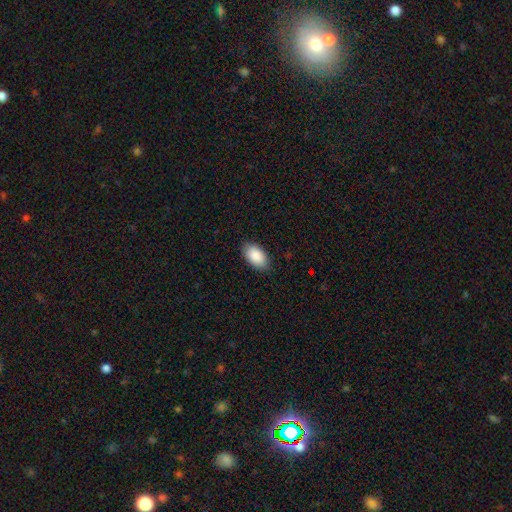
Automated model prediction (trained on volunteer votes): A smooth galaxy with no disk features (90%) that is in between round and cigar-shaped (94%).

Vote fractions:
- Smooth or featured? smooth: 90% / star or artifact: 6% / featured or disk: 4%
- How rounded? in between: 94% / round: 4% / cigar-shaped: 2%
- Merging? none: 86% / minor disturbance: 11% / major disturbance: 2% / merger: 1%